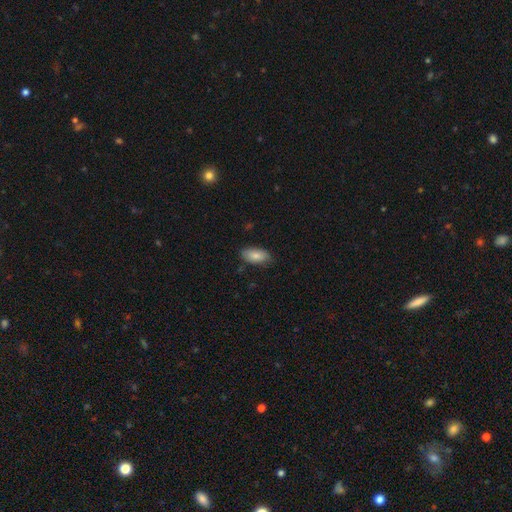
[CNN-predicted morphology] The model was most divided on "merging": none: 79%, minor disturbance: 17%, major disturbance: 3%, merger: 1%. More confident: how rounded — in between (92%); smooth or featured — smooth (82%).